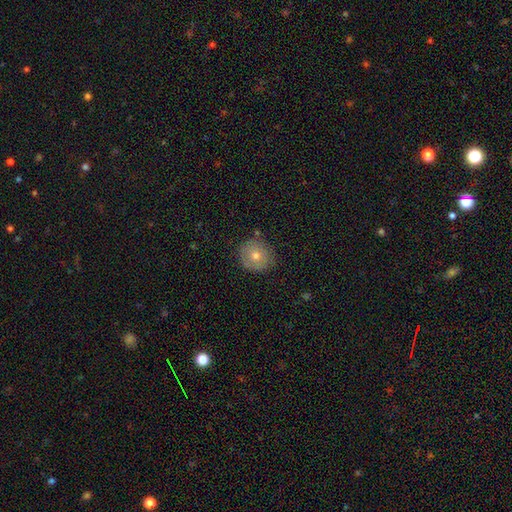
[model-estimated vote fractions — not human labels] smooth_or_featured: smooth (p=0.64) [alt: featured or disk p=0.25]
how_rounded: round (p=0.89) [alt: in between p=0.10]
merging: none (p=0.84) [alt: minor disturbance p=0.12]